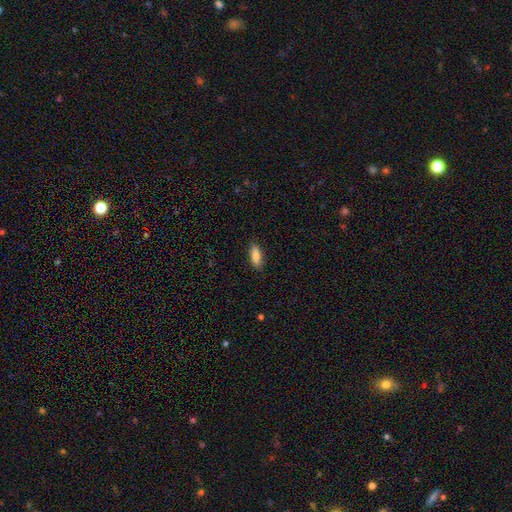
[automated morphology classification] Smooth or featured? smooth (83%)
How rounded? in between (64%)
Merging? none (86%)